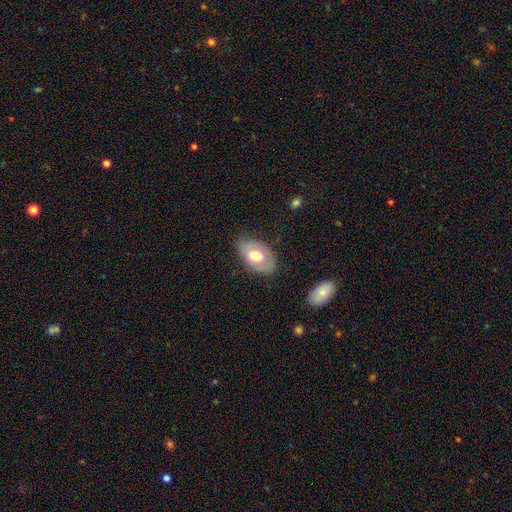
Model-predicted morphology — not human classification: A smooth galaxy with no disk features (55%) that is in between round and cigar-shaped (89%).

Vote fractions:
- Smooth or featured? smooth: 55% / featured or disk: 39% / star or artifact: 6%
- How rounded? in between: 89% / round: 9% / cigar-shaped: 1%
- Merging? none: 74% / minor disturbance: 19% / major disturbance: 5% / merger: 2%